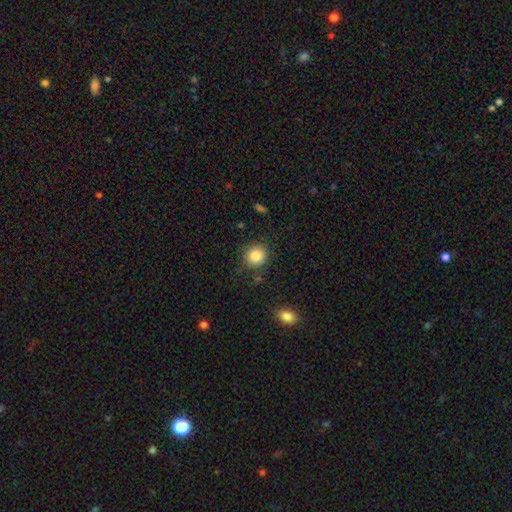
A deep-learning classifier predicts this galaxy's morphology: Smooth or featured? smooth (84%)
How rounded? round (89%)
Merging? none (87%)